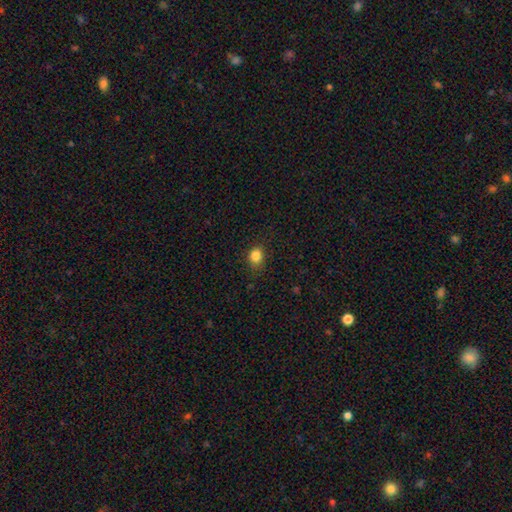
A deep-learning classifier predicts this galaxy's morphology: Smooth or featured?
  - smooth: 83% *
  - star or artifact: 12%
  - featured or disk: 5%
How rounded?
  - round: 59% *
  - in between: 40%
  - cigar-shaped: 1%
Merging?
  - none: 79% *
  - minor disturbance: 16%
  - major disturbance: 4%
  - merger: 1%